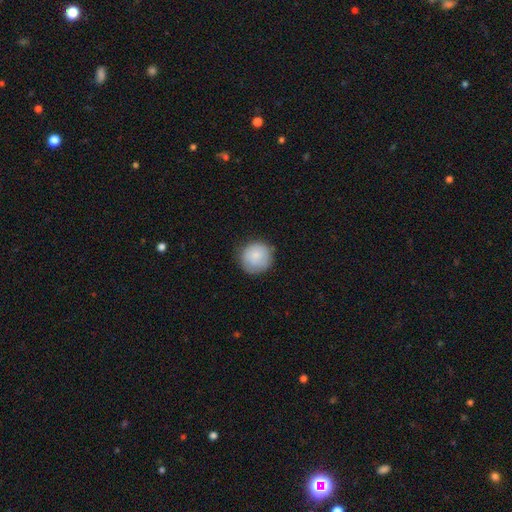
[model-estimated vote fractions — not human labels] Smooth or featured? smooth (82%)
How rounded? round (93%)
Merging? none (81%)